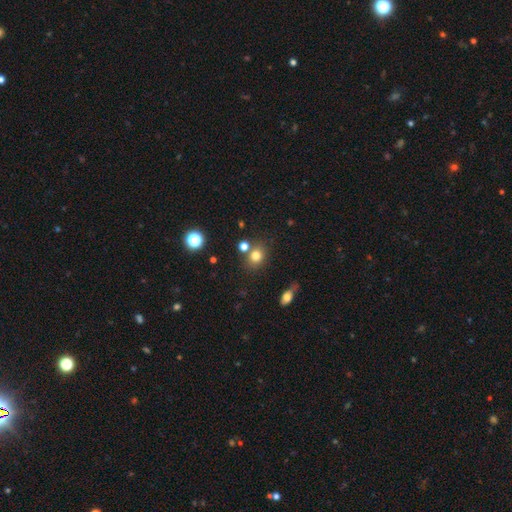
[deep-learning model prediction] This is likely a smooth galaxy (77%). How rounded: likely round (68%). Merging: likely none (70%).